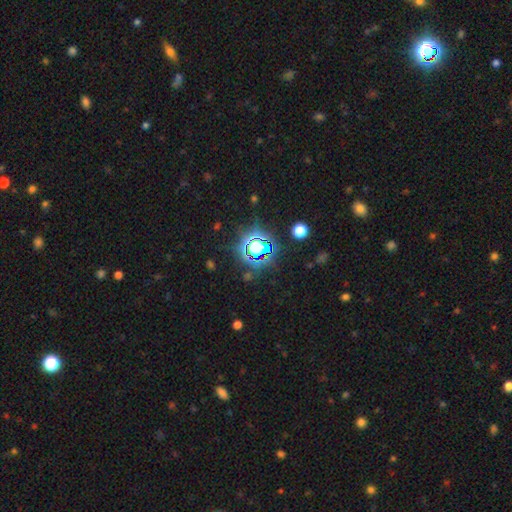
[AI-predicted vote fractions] Smooth or featured? Predicted: star or artifact (p=0.75).